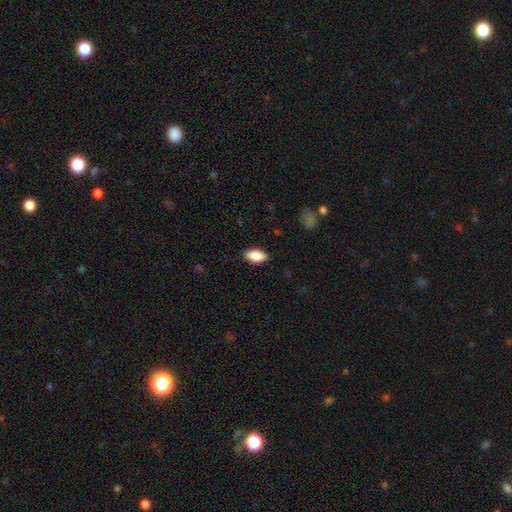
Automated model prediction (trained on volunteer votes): Overall: smooth (87%). How rounded: in between (92%). Merging: none (88%).